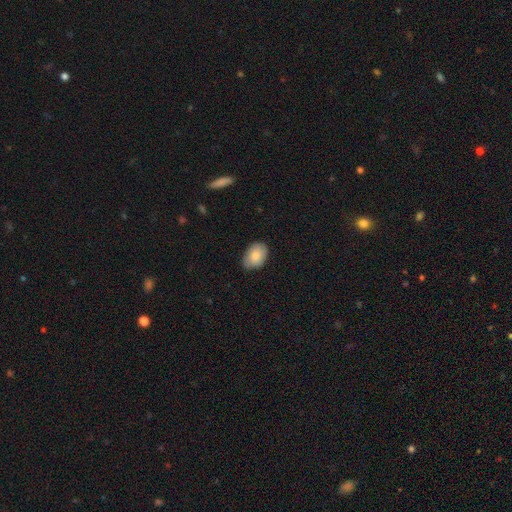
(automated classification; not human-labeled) Overall: smooth (82%). How rounded: in between (83%). Merging: none (77%).